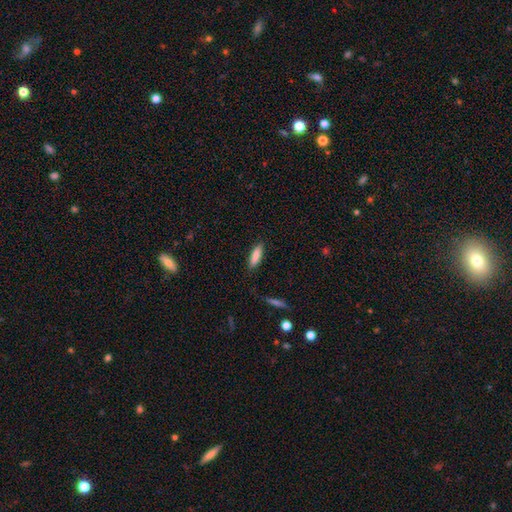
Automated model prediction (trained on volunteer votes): The model was most divided on "how rounded": cigar-shaped: 58%, in between: 41%, round: 2%. More confident: smooth or featured — smooth (85%); merging — none (84%).